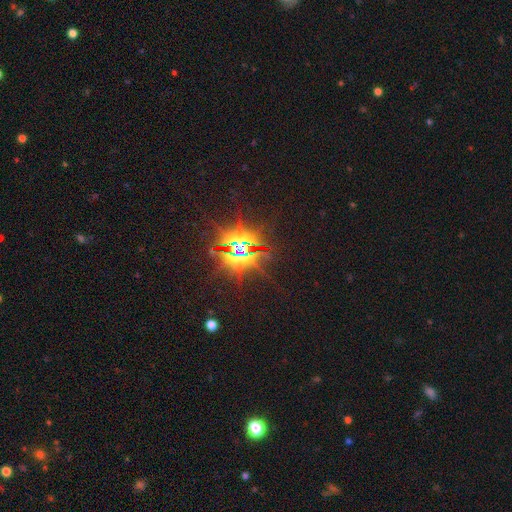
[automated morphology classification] This is clearly a star or artifact rather than a galaxy (86%).